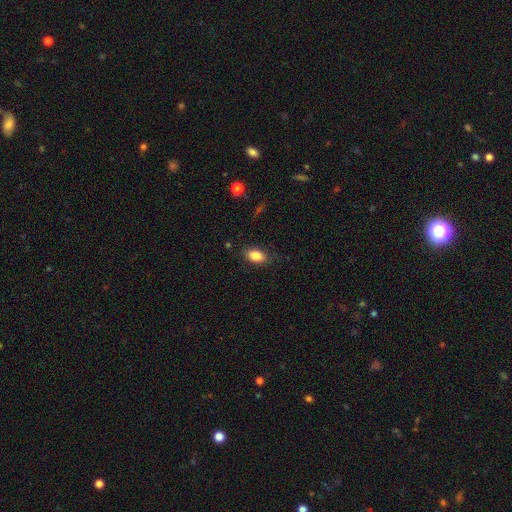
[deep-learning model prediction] This is clearly a smooth galaxy (84%). How rounded: clearly in between (88%). Merging: likely none (79%).